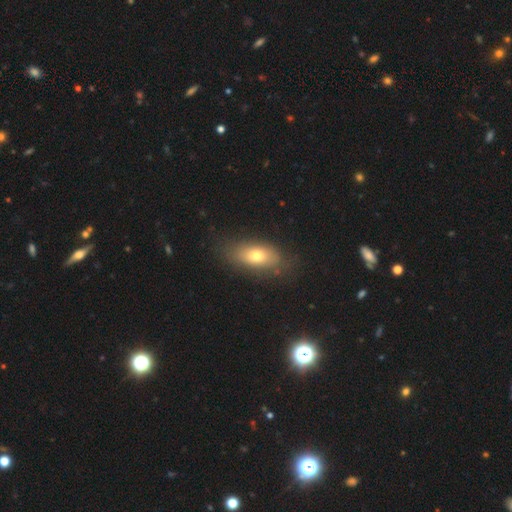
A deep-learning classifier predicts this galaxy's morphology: A smooth galaxy with no disk features (66%) that is in between round and cigar-shaped (79%).

Vote fractions:
- Smooth or featured? smooth: 66% / featured or disk: 23% / star or artifact: 11%
- How rounded? in between: 79% / cigar-shaped: 14% / round: 6%
- Merging? none: 77% / minor disturbance: 16% / major disturbance: 5% / merger: 2%